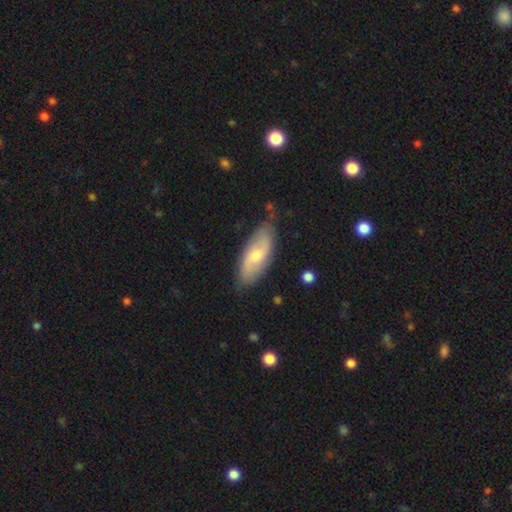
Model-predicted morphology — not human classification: smooth_or_featured: featured or disk (p=0.52) [alt: smooth p=0.42]
disk_edge_on: no (p=0.85) [alt: yes p=0.15]
merging: none (p=0.80) [alt: minor disturbance p=0.16]